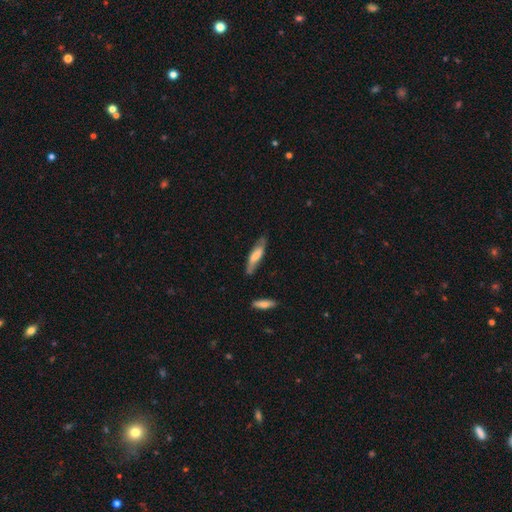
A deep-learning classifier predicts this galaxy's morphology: This is possibly a smooth galaxy (59%). How rounded: likely cigar-shaped (71%). Merging: likely none (68%).